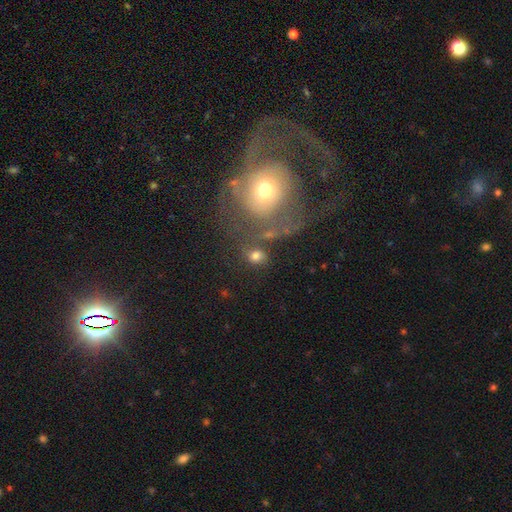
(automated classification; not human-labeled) Smooth or featured: smooth — 70% (featured or disk — 17%)
How rounded: round — 57% (in between — 41%)
Merging: none — 54% (merger — 17%)